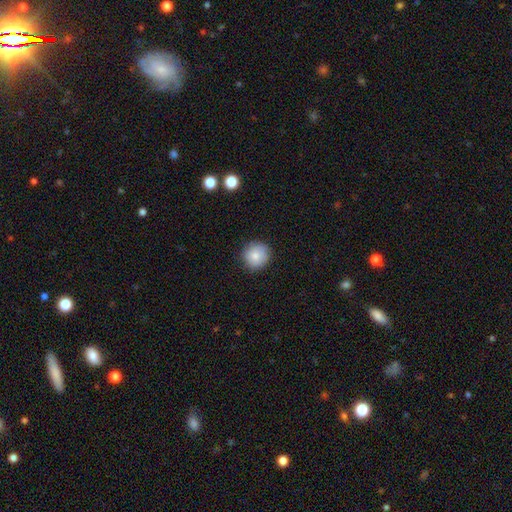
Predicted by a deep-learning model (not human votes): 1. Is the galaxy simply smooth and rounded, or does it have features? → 82% smooth, 9% featured or disk, 9% star or artifact.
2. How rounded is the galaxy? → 94% round, 5% in between, 1% cigar-shaped.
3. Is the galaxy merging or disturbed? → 86% none, 11% minor disturbance, 2% major disturbance, 1% merger.